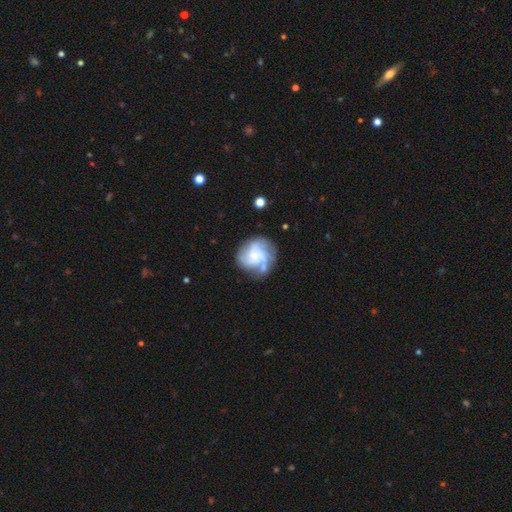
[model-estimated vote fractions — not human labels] A featured or disk galaxy (74%) with no bar (74%), 3 (38%) medium (44%) spiral arms (92%) and a small central bulge (61%). Merging: none (62%).